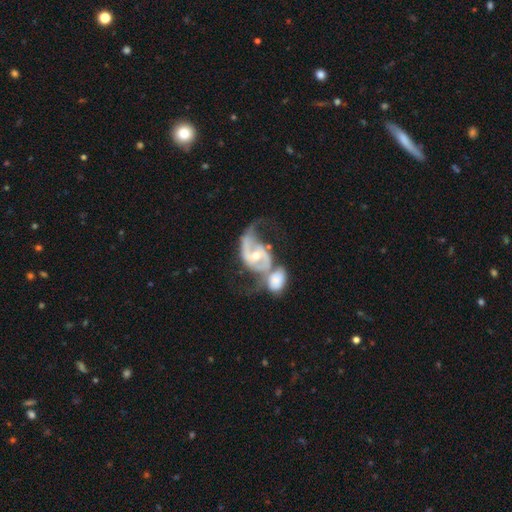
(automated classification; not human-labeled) Smooth or featured? Predicted: featured or disk (p=0.86). Edge-on disk? Predicted: no (p=0.97). Bar? Predicted: no (p=0.44). Spiral arms? Predicted: yes (p=0.93). Spiral winding? Predicted: loose (p=0.47). Spiral arm count? Predicted: 2 (p=0.80). Bulge size? Predicted: moderate (p=0.54). Merging? Predicted: merger (p=0.61).